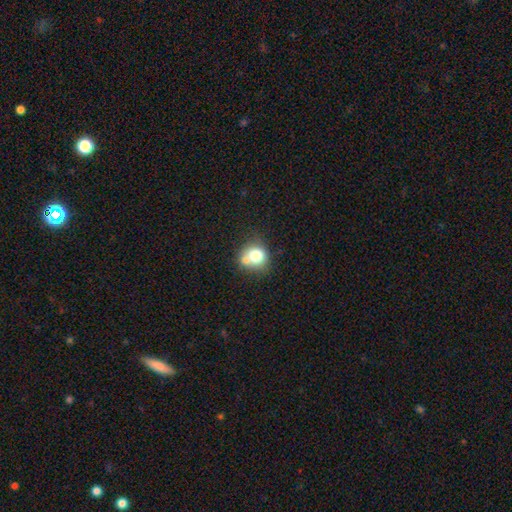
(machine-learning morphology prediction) Smooth or featured?
  - smooth: 73% *
  - featured or disk: 16%
  - star or artifact: 11%
How rounded?
  - round: 78% *
  - in between: 21%
  - cigar-shaped: 1%
Merging?
  - none: 47% *
  - merger: 33%
  - minor disturbance: 15%
  - major disturbance: 5%